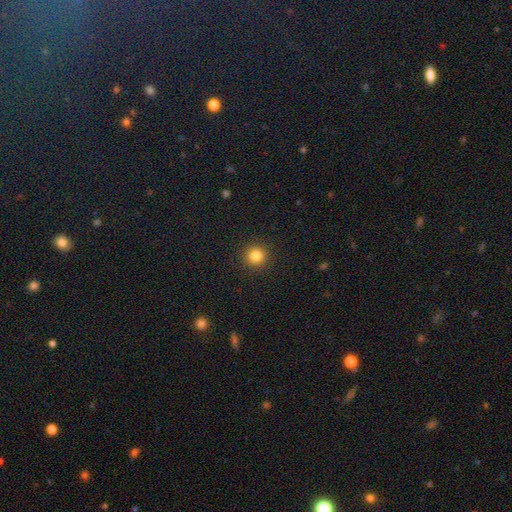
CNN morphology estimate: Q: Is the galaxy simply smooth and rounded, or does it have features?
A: smooth — 83%.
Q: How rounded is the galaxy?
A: round — 94%.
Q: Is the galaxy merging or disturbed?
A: none — 92%.